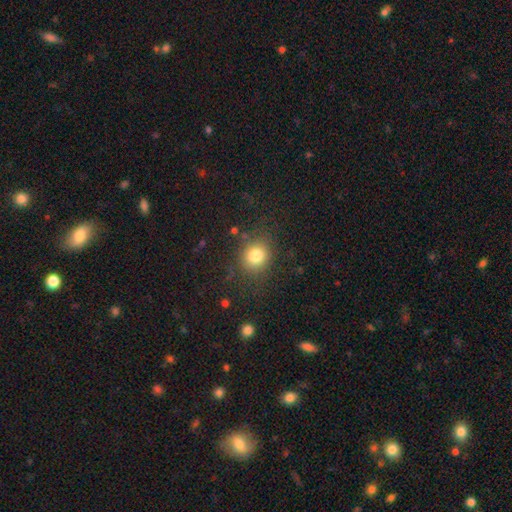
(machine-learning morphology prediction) smooth 81%, star or artifact 12%, featured or disk 7%. Down the decision tree: how rounded — round (79%); merging — none (82%).